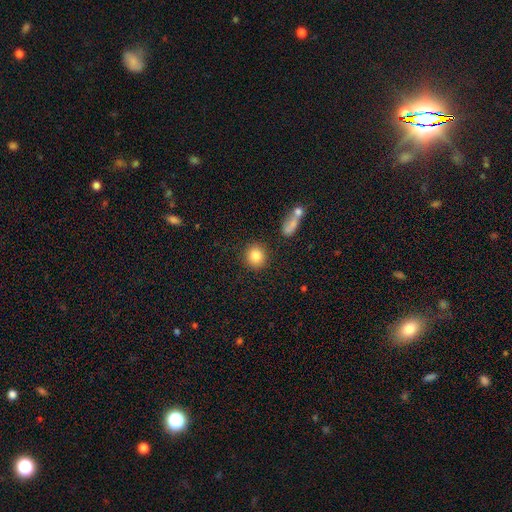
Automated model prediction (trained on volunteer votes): The model was most divided on "smooth or featured": smooth: 84%, star or artifact: 9%, featured or disk: 7%. More confident: how rounded — round (88%); merging — none (87%).